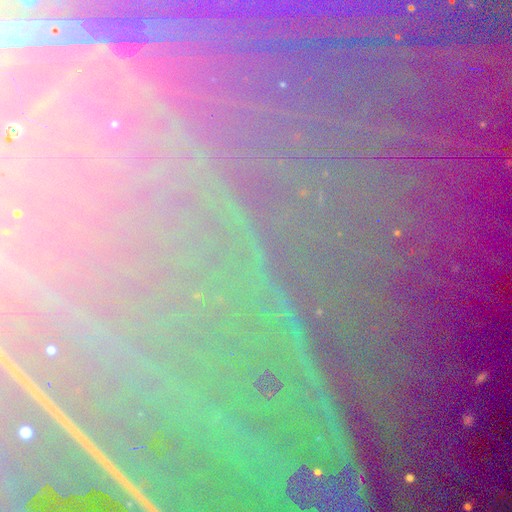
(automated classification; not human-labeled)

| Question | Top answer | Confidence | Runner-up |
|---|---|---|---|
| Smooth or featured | star or artifact | 83% | featured or disk (8%) |